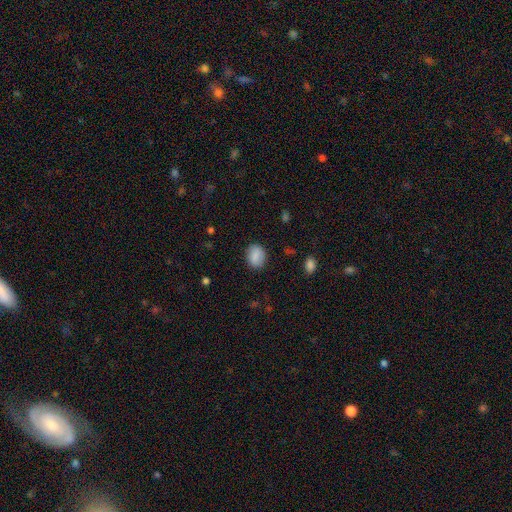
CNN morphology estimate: A smooth galaxy with no disk features (85%) that is in between round and cigar-shaped (62%).

Vote fractions:
- Smooth or featured? smooth: 85% / star or artifact: 8% / featured or disk: 7%
- How rounded? in between: 62% / round: 37% / cigar-shaped: 1%
- Merging? none: 85% / minor disturbance: 11% / major disturbance: 3% / merger: 1%